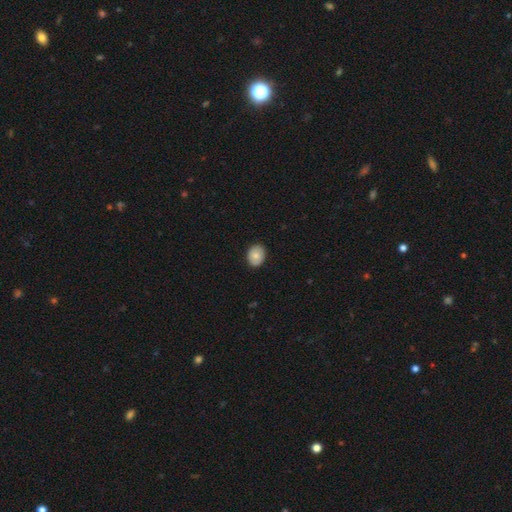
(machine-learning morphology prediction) This is likely a smooth galaxy (78%). How rounded: possibly round (51%). Merging: clearly none (87%).